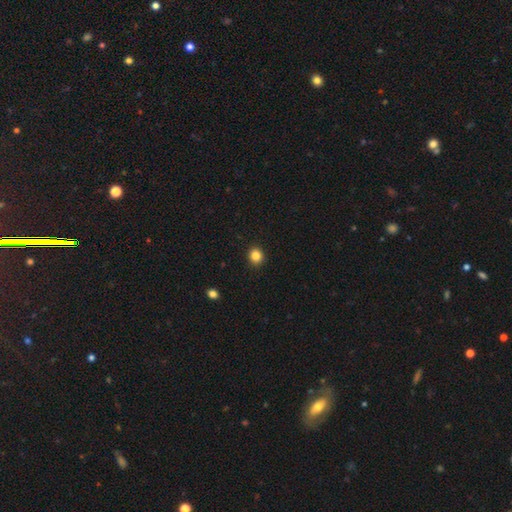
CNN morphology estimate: A smooth galaxy with no disk features (85%) that is round (85%). Merging: none (92%).